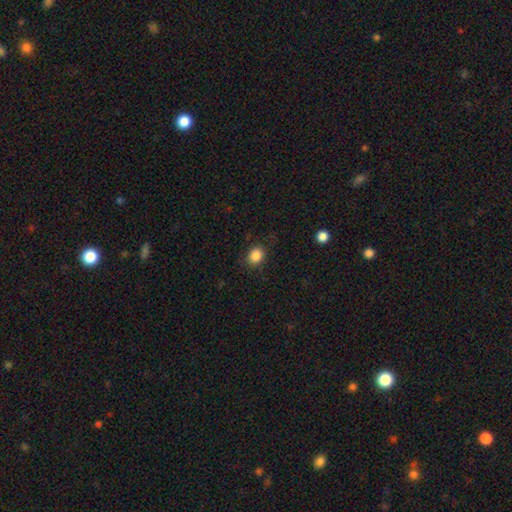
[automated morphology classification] smooth_or_featured: smooth (p=0.86) [alt: star or artifact p=0.10]
how_rounded: round (p=0.64) [alt: in between p=0.35]
merging: none (p=0.85) [alt: minor disturbance p=0.11]